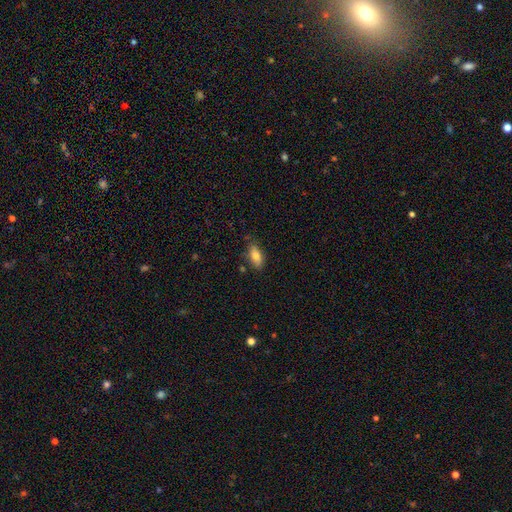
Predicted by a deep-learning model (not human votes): smooth-or-featured: smooth: 78% | featured or disk: 14% | star or artifact: 7%
  how-rounded: in between: 82% | cigar-shaped: 15% | round: 3%
  merging: none: 75% | minor disturbance: 18% | major disturbance: 3% | merger: 3%